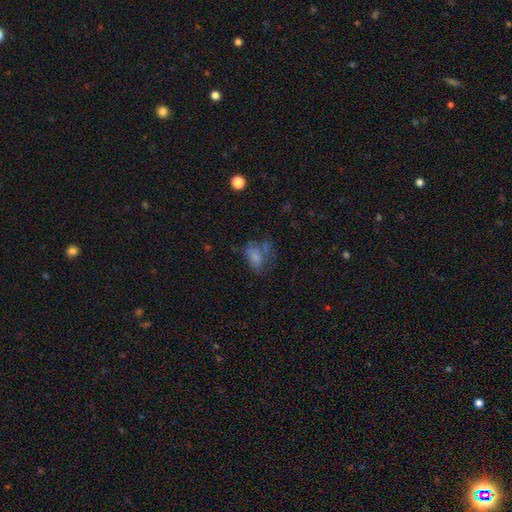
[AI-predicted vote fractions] Smooth or featured: smooth — 65% (featured or disk — 21%)
How rounded: in between — 84% (round — 13%)
Merging: none — 31% (major disturbance — 30%)